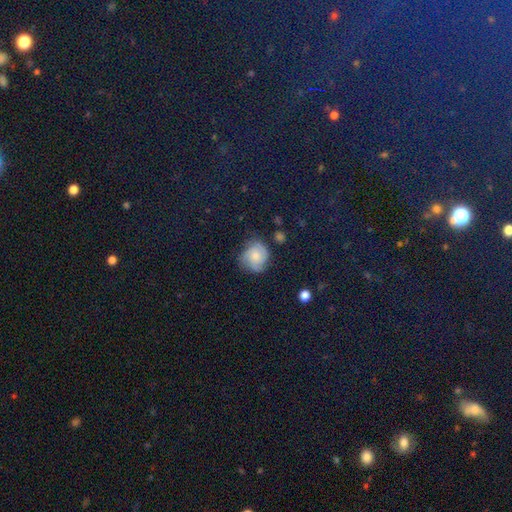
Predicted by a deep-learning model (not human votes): A featured or disk galaxy (64%) with no bar (76%), 3 (43%) tight (53%) spiral arms (94%) and a small central bulge (44%). Merging: none (71%).